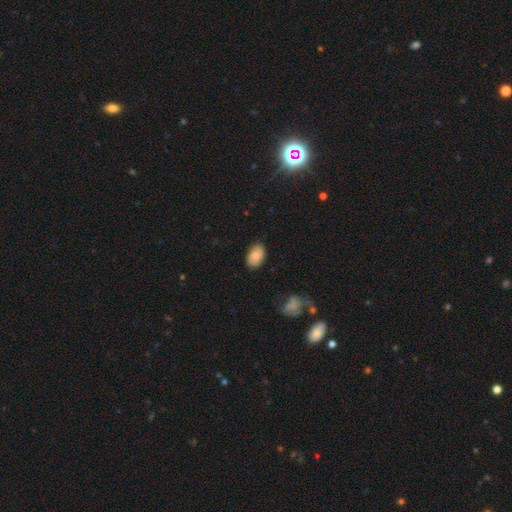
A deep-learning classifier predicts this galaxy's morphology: type=smooth (79%); roundness=in between (89%); merging=none (80%).